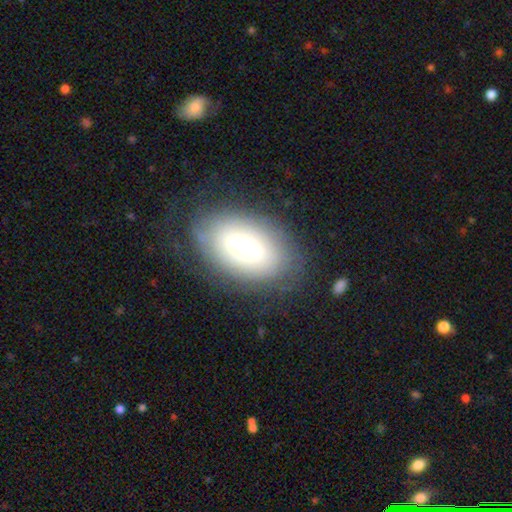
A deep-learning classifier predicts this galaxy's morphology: Overall: smooth (51%; featured or disk 37%). How rounded: in between (81%). Merging: none (74%).